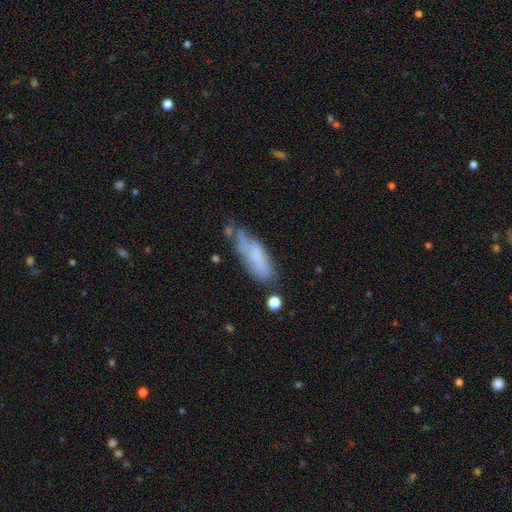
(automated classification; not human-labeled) Smooth or featured? smooth (57%)
How rounded? cigar-shaped (49%, tied with in between)
Merging? none (46%)